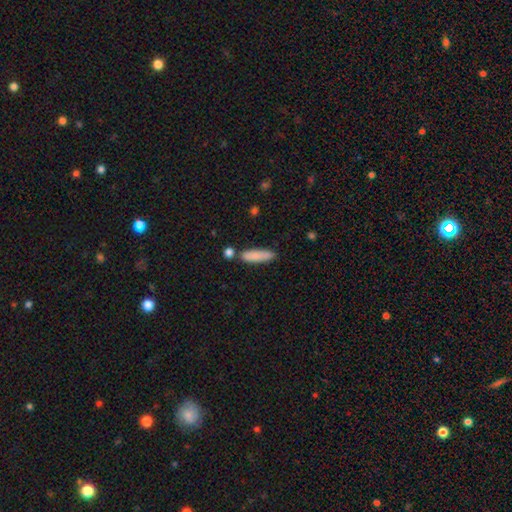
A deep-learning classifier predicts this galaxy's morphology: Smooth or featured: smooth — 84% (featured or disk — 9%)
How rounded: cigar-shaped — 64% (in between — 34%)
Merging: none — 74% (minor disturbance — 14%)